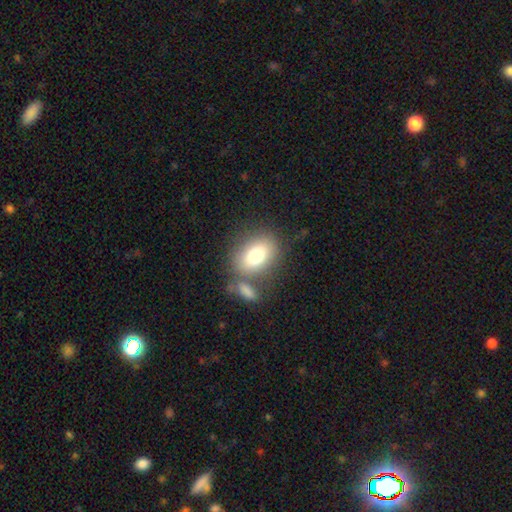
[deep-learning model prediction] A smooth galaxy with no disk features (77%) that is in between round and cigar-shaped (74%). Merging: none (62%).